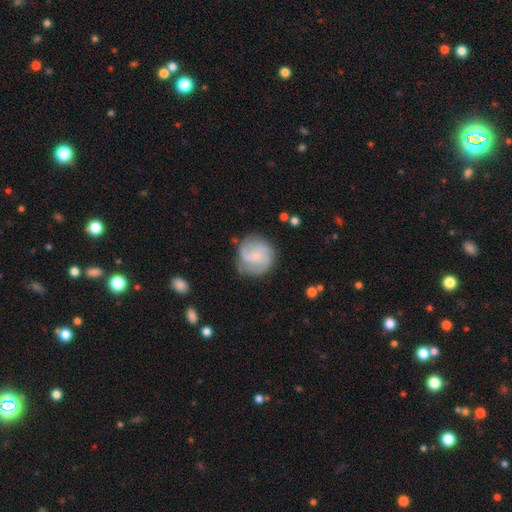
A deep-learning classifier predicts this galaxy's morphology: Smooth or featured? featured or disk (66%)
Edge-on disk? no (98%)
Bar? no (55%)
Spiral arms? yes (90%)
Spiral winding? medium (46%)
Spiral arm count? 2 (40%)
Bulge size? small (71%)
Merging? none (70%)